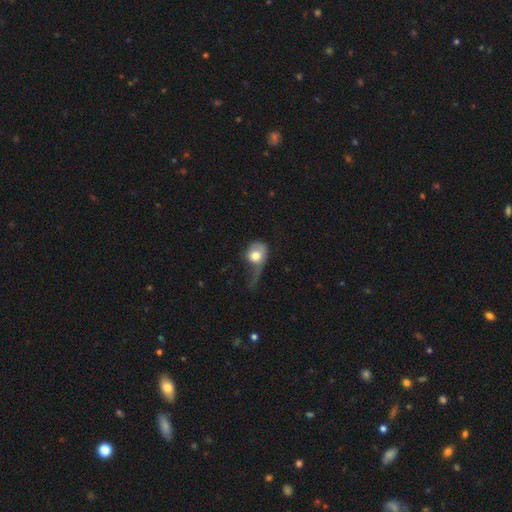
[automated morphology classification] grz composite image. It shows a smooth galaxy with no disk features (68%) that is round (61%). Merging: major disturbance (57%).